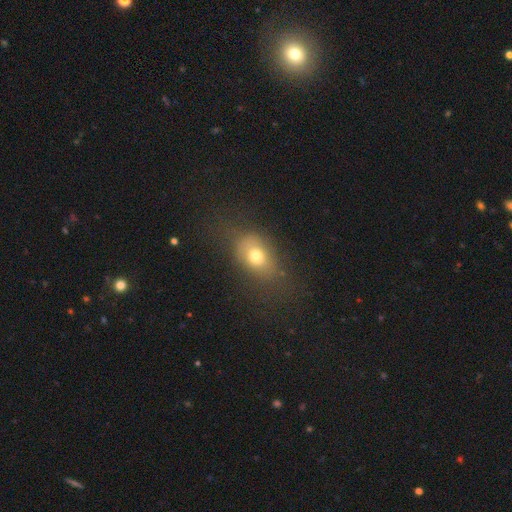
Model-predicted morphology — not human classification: type=smooth (70%); roundness=in between (69%); merging=none (60%).